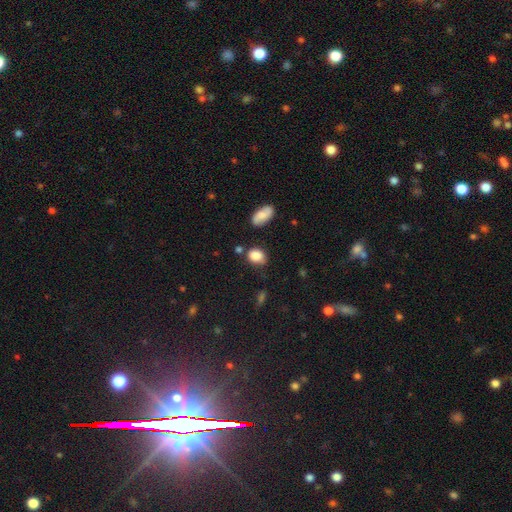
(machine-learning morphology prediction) Q: Smooth or featured?
A: smooth (84%); runner-up: star or artifact (10%)
Q: How rounded?
A: in between (61%); runner-up: round (37%)
Q: Merging?
A: none (64%); runner-up: minor disturbance (23%)